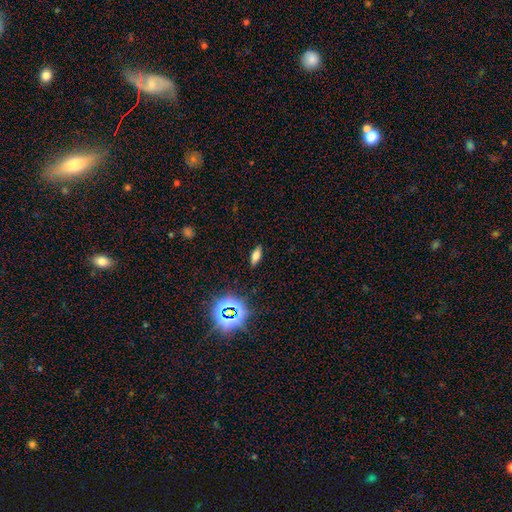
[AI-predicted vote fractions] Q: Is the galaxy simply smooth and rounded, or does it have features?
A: smooth — 61%.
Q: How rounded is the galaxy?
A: in between — 71%.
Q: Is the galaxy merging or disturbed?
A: none — 87%.